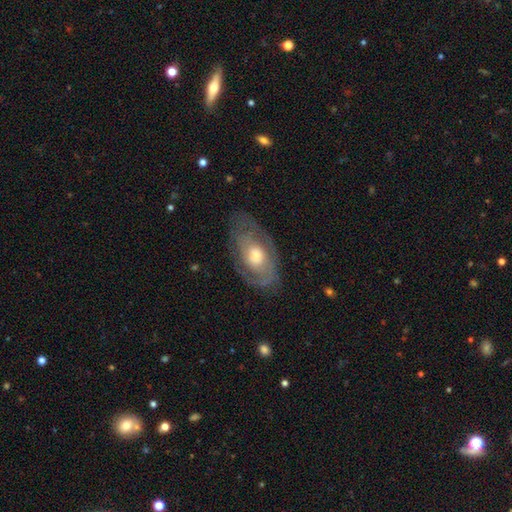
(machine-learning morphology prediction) This is likely a featured or disk galaxy (69%). It is clearly not viewed edge-on (92%). Bar: likely no (78%). Spiral arm pattern: likely yes (72%). Central bulge: likely moderate (63%). Merging: likely none (68%).